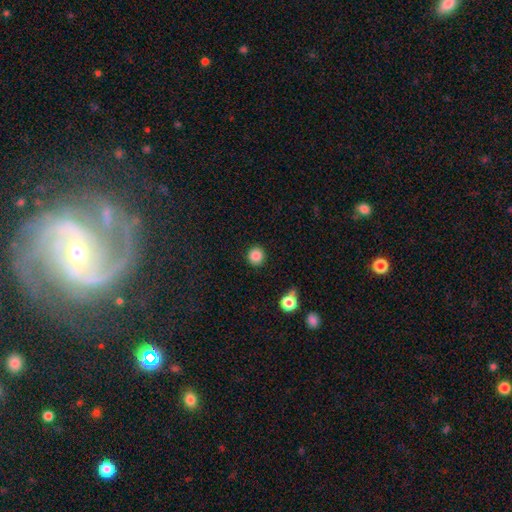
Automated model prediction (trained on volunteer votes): smooth-or-featured: smooth: 87% | star or artifact: 10% | featured or disk: 4%
  how-rounded: round: 93% | in between: 6% | cigar-shaped: 1%
  merging: none: 89% | minor disturbance: 7% | major disturbance: 2% | merger: 2%